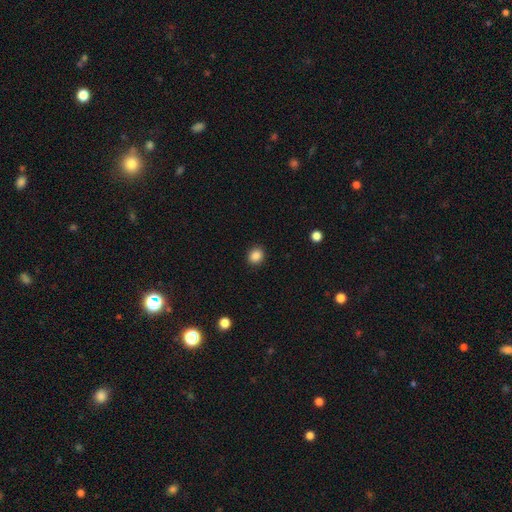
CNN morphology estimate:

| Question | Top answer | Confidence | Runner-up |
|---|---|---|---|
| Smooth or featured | smooth | 87% | star or artifact (10%) |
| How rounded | round | 72% | in between (27%) |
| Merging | none | 91% | minor disturbance (6%) |